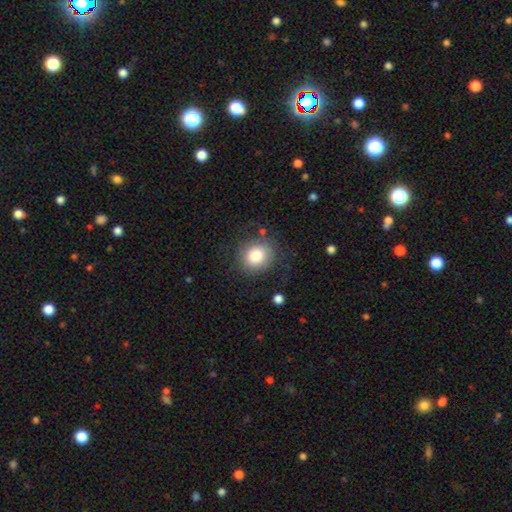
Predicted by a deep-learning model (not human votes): Overall: smooth (80%). How rounded: round (79%). Merging: none (74%).